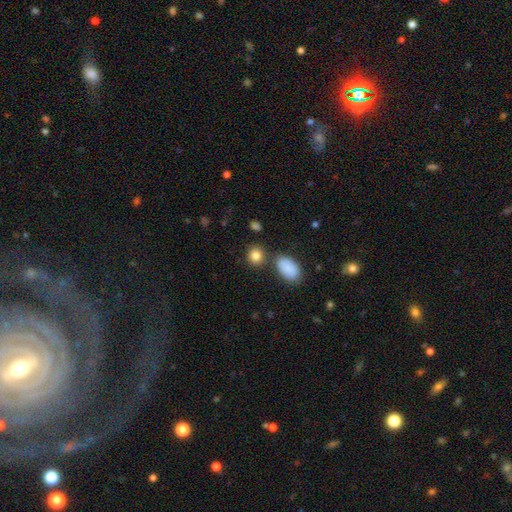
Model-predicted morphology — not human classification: The model was most divided on "how rounded": round: 67%, in between: 32%, cigar-shaped: 1%. More confident: smooth or featured — smooth (86%); merging — none (74%).